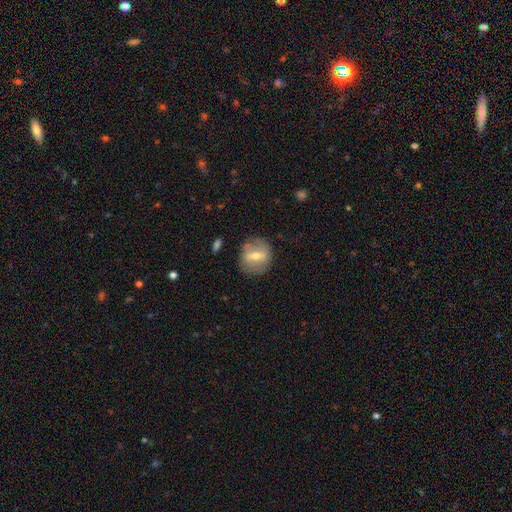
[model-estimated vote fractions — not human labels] smooth-or-featured: featured or disk: 51% | smooth: 41% | star or artifact: 8%
  disk-edge-on: no: 87% | yes: 13%
  merging: none: 77% | minor disturbance: 16% | major disturbance: 6% | merger: 2%